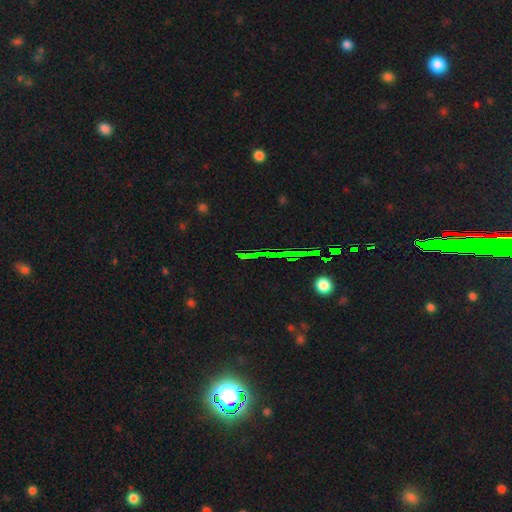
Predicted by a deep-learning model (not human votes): Smooth or featured?
  - star or artifact: 74% *
  - featured or disk: 14%
  - smooth: 12%